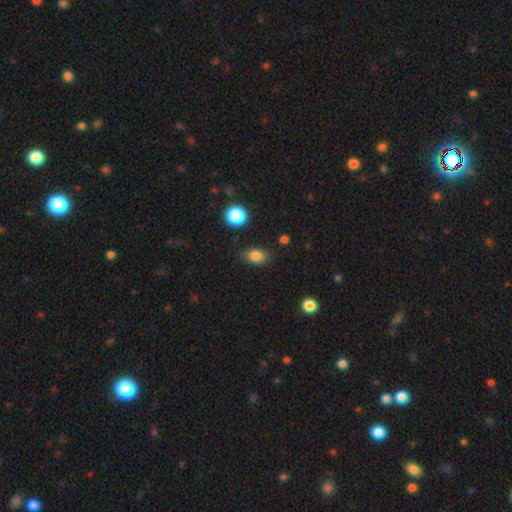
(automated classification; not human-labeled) A smooth galaxy with no disk features (84%) that is in between round and cigar-shaped (82%).

Vote fractions:
- Smooth or featured? smooth: 84% / star or artifact: 10% / featured or disk: 6%
- How rounded? in between: 82% / round: 16% / cigar-shaped: 2%
- Merging? none: 83% / minor disturbance: 12% / major disturbance: 3% / merger: 2%